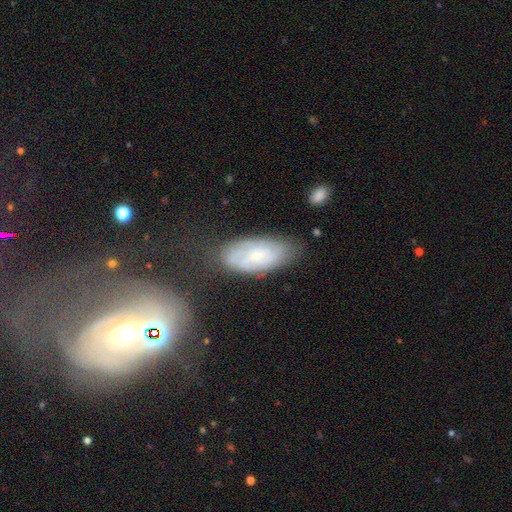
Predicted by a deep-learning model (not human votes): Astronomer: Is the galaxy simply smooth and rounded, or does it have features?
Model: featured or disk — 57% (runner-up: smooth, 34%).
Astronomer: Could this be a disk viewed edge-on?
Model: no — 91%.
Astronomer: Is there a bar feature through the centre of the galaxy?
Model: no — 69%.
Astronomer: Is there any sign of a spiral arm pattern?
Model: yes — 76%.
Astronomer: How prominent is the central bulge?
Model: small — 72%.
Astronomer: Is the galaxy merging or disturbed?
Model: none — 69%.